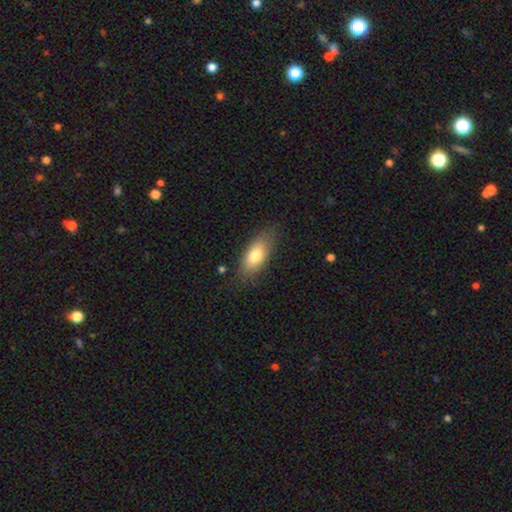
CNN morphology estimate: This appears to be a smooth galaxy with no disk features (76%) that is in between round and cigar-shaped (84%). Merging: none (79%).